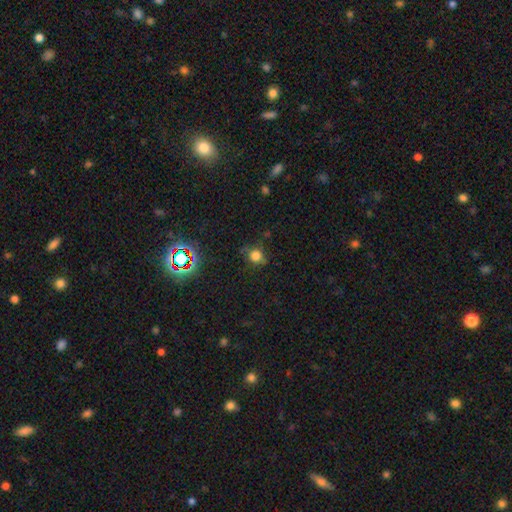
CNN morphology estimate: type=smooth (70%); roundness=round (81%); merging=none (71%).